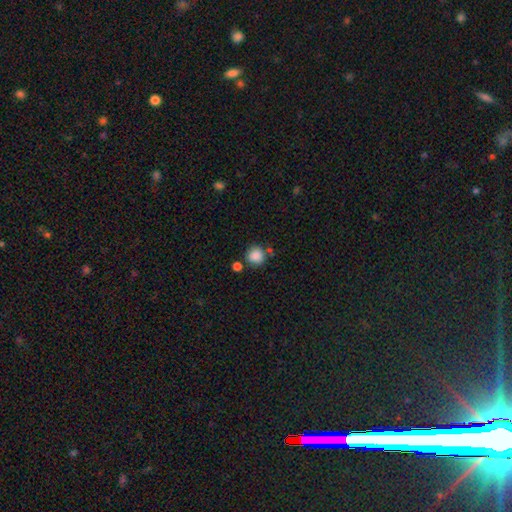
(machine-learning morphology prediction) The model was most divided on "merging": none: 74%, minor disturbance: 11%, merger: 11%, major disturbance: 3%. More confident: how rounded — round (91%); smooth or featured — smooth (86%).